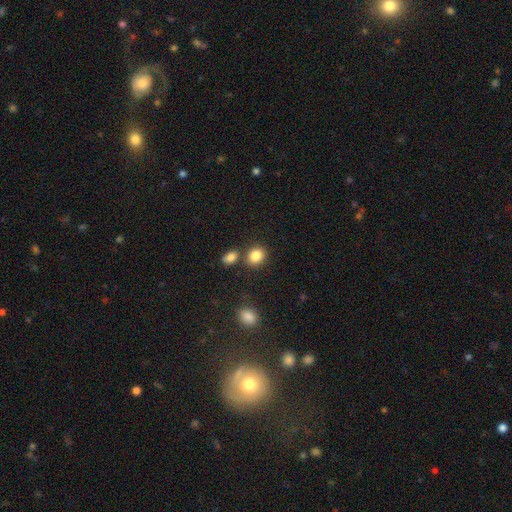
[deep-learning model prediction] Smooth or featured? Predicted: smooth (p=0.84). How rounded? Predicted: round (p=0.67). Merging? Predicted: none (p=0.72).